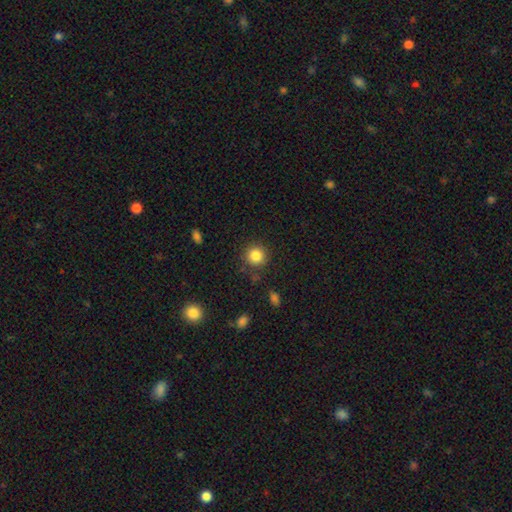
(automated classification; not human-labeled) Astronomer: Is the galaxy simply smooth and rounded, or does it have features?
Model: smooth — 84%.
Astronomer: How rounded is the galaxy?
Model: round — 93%.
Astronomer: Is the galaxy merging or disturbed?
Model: none — 86%.